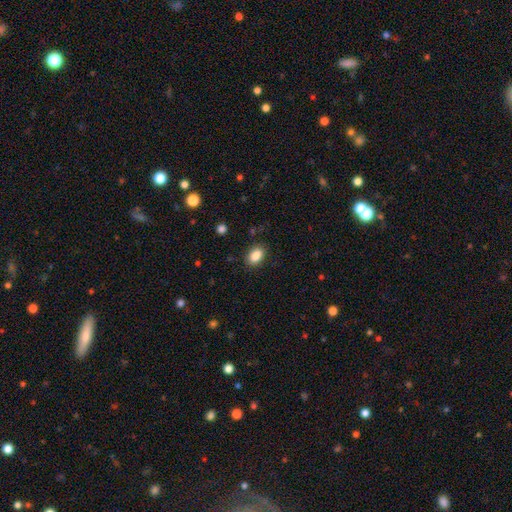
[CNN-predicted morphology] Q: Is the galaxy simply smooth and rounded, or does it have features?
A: smooth — 87%.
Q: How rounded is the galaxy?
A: in between — 86%.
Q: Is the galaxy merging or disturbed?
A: none — 87%.